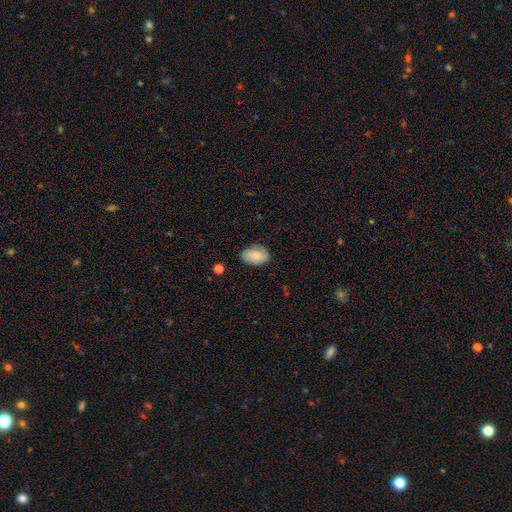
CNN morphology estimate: Smooth or featured? smooth (80%)
How rounded? in between (85%)
Merging? none (78%)